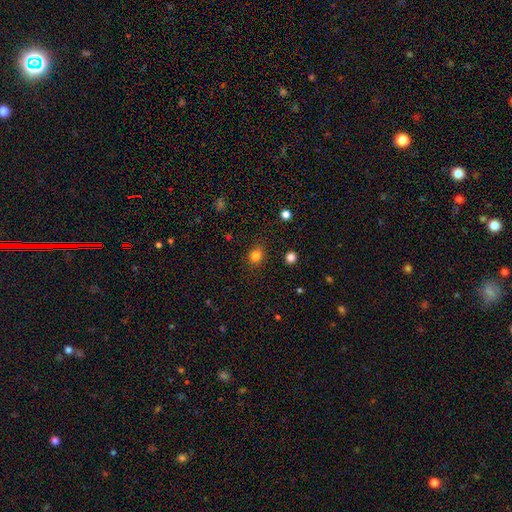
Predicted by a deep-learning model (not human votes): A smooth galaxy with no disk features (81%) that is round (68%).

Vote fractions:
- Smooth or featured? smooth: 81% / star or artifact: 14% / featured or disk: 5%
- How rounded? round: 68% / in between: 30% / cigar-shaped: 1%
- Merging? none: 83% / minor disturbance: 12% / major disturbance: 3% / merger: 2%